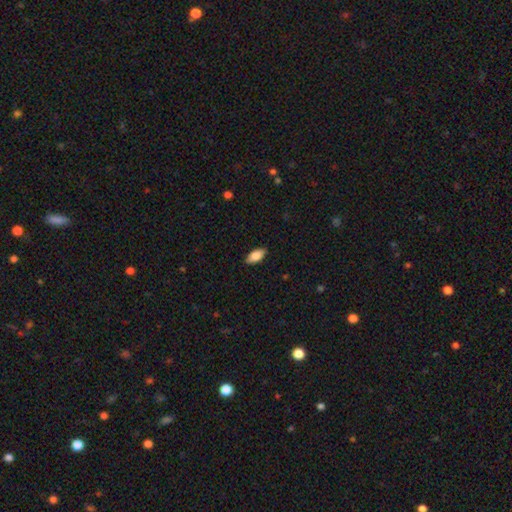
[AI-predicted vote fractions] A smooth galaxy with no disk features (81%) that is in between round and cigar-shaped (88%).

Vote fractions:
- Smooth or featured? smooth: 81% / featured or disk: 13% / star or artifact: 6%
- How rounded? in between: 88% / cigar-shaped: 10% / round: 2%
- Merging? none: 88% / minor disturbance: 9% / major disturbance: 2% / merger: 1%